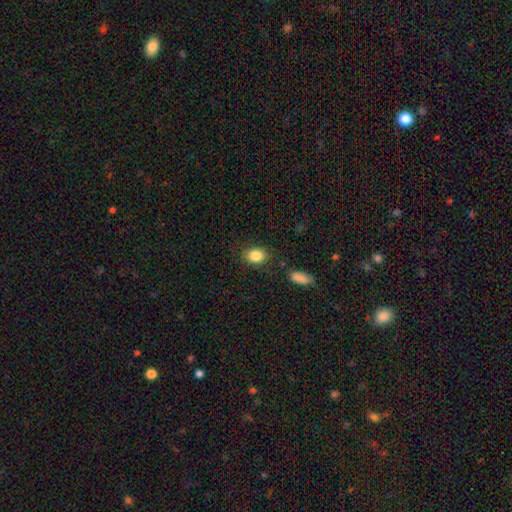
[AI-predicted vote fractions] smooth_or_featured: smooth (p=0.86) [alt: star or artifact p=0.08]
how_rounded: in between (p=0.72) [alt: round p=0.26]
merging: none (p=0.80) [alt: minor disturbance p=0.12]